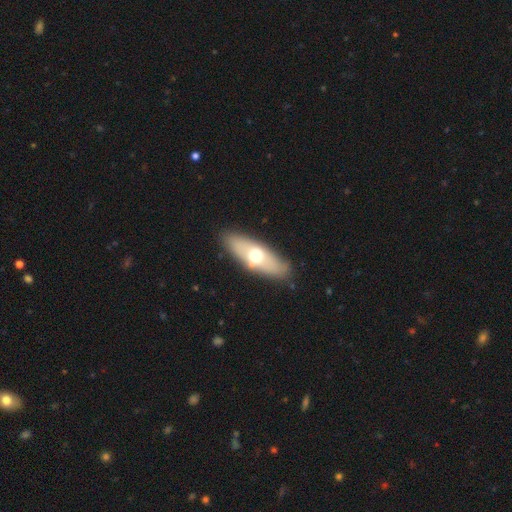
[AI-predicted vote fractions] smooth 51%, featured or disk 43%, star or artifact 6%. Down the decision tree: how rounded — in between (64%); merging — none (87%).